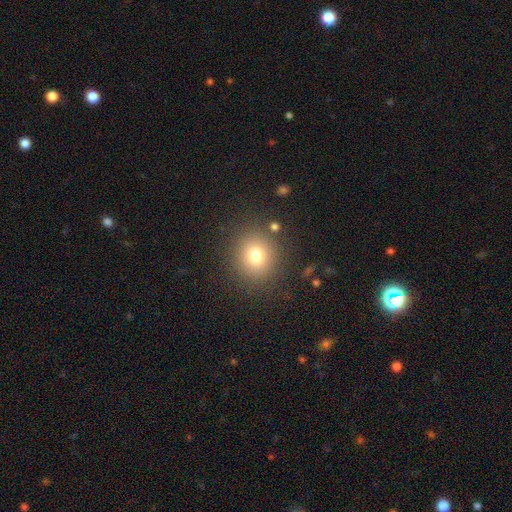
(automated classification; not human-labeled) Q: Smooth or featured?
A: smooth (76%); runner-up: star or artifact (15%)
Q: How rounded?
A: round (88%); runner-up: in between (12%)
Q: Merging?
A: none (85%); runner-up: minor disturbance (8%)